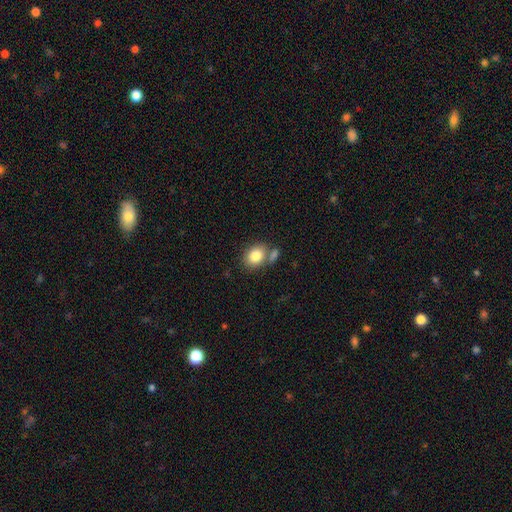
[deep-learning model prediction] Smooth or featured?
  - smooth: 83% *
  - featured or disk: 9%
  - star or artifact: 9%
How rounded?
  - in between: 61% *
  - round: 38%
  - cigar-shaped: 1%
Merging?
  - none: 60% *
  - merger: 23%
  - minor disturbance: 13%
  - major disturbance: 4%